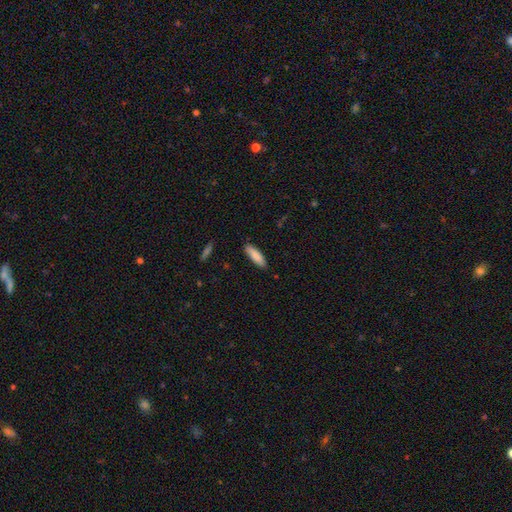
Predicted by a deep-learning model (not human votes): Smooth or featured? Predicted: smooth (p=0.86). How rounded? Predicted: cigar-shaped (p=0.55). Merging? Predicted: none (p=0.86).